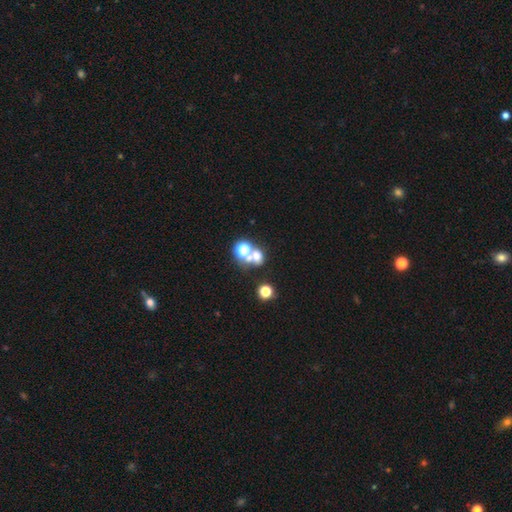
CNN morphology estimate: Smooth or featured? Predicted: smooth (p=0.56). How rounded? Predicted: round (p=0.68). Merging? Predicted: merger (p=0.45).